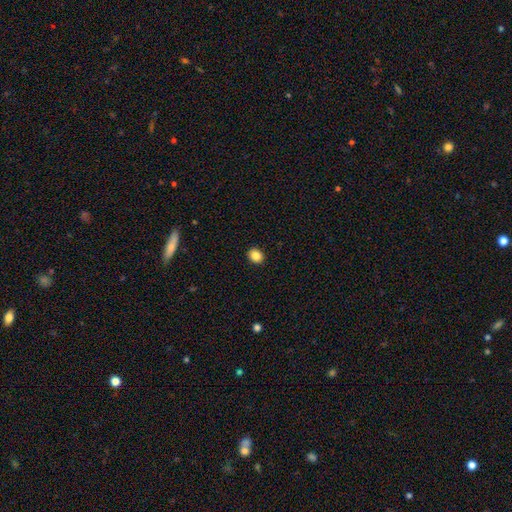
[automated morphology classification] A smooth galaxy with no disk features (86%) that is round (61%).

Vote fractions:
- Smooth or featured? smooth: 86% / star or artifact: 10% / featured or disk: 4%
- How rounded? round: 61% / in between: 38% / cigar-shaped: 1%
- Merging? none: 92% / minor disturbance: 6% / major disturbance: 2% / merger: 1%